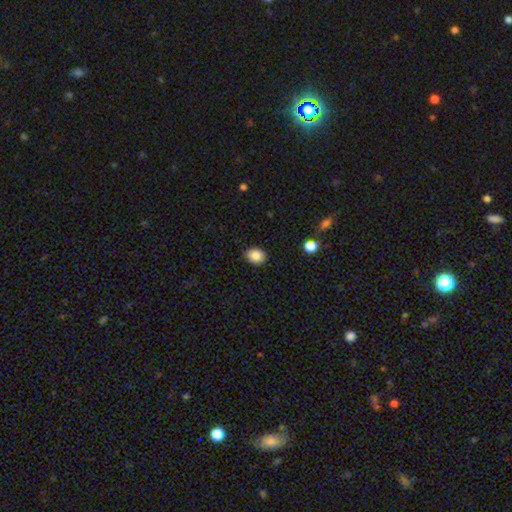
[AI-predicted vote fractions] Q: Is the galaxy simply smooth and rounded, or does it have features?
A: smooth — 85%.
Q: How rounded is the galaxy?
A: in between — 60%.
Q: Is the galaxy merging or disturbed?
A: none — 86%.